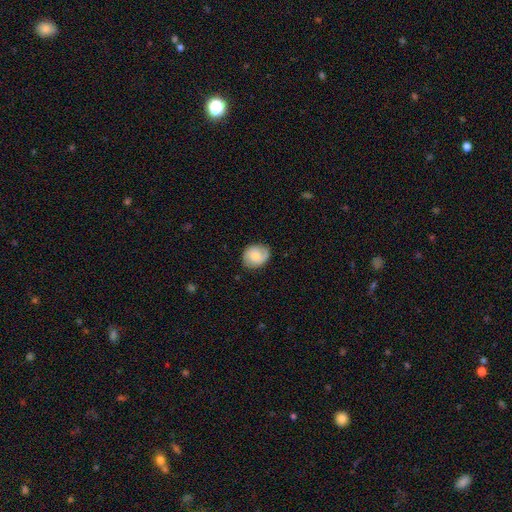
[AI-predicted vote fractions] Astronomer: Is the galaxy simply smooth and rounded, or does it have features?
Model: smooth — 52% (runner-up: featured or disk, 40%).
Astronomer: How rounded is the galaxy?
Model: round — 63%.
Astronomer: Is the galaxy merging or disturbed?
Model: none — 78%.